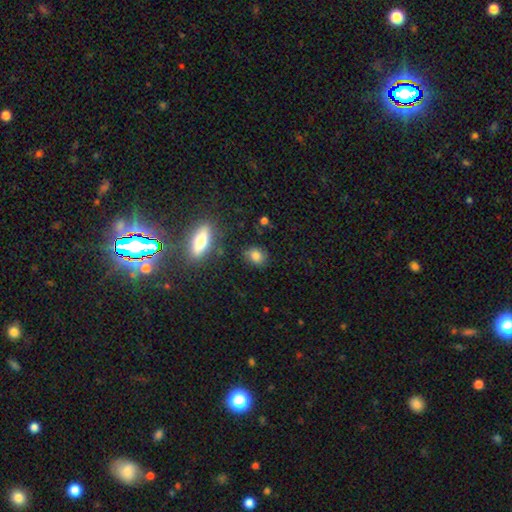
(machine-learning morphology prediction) Overall: smooth (81%). How rounded: in between (50%; round 47%). Merging: none (78%).